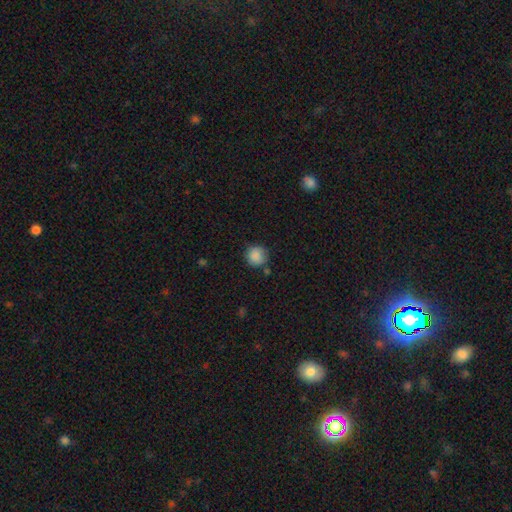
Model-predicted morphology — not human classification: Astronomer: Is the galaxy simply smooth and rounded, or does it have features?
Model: smooth — 87%.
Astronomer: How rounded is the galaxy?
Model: round — 92%.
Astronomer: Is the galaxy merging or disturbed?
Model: none — 76%.